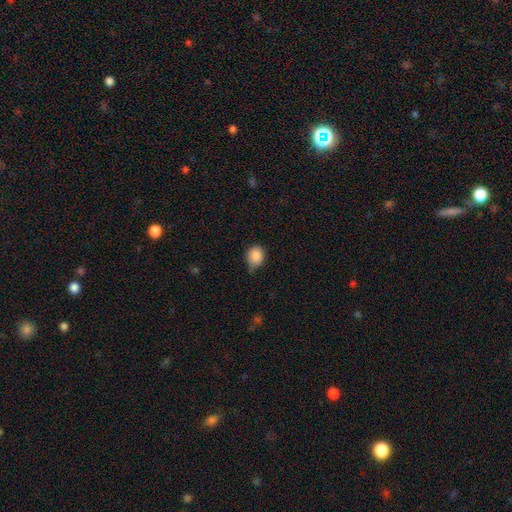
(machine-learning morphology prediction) Overall: smooth (87%). How rounded: round (62%; in between 37%). Merging: none (53%; minor disturbance 38%).